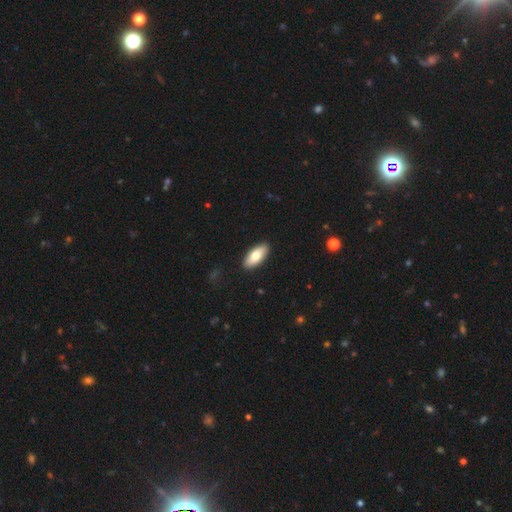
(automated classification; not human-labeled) The model was most divided on "smooth or featured": smooth: 78%, featured or disk: 16%, star or artifact: 5%. More confident: merging — none (90%); how rounded — in between (85%).